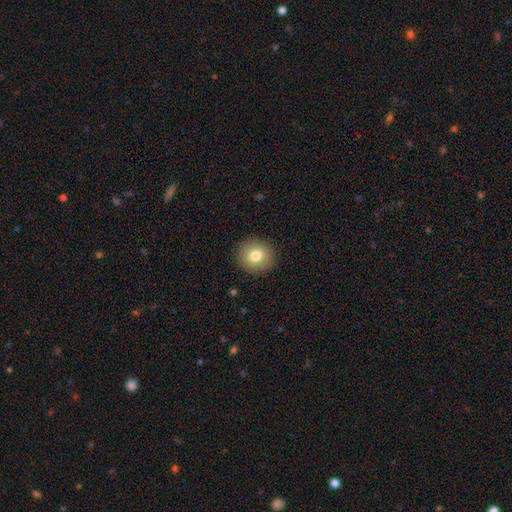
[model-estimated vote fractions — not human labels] This is likely a smooth galaxy (78%). How rounded: clearly round (87%). Merging: clearly none (90%).